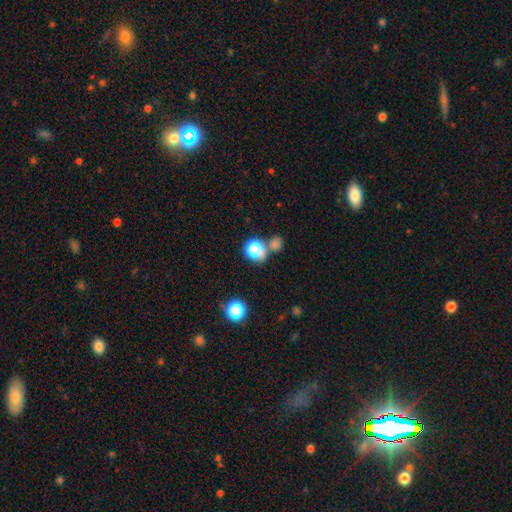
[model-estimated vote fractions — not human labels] Smooth or featured?
  - smooth: 56% *
  - star or artifact: 35%
  - featured or disk: 9%
How rounded?
  - round: 78% *
  - in between: 20%
  - cigar-shaped: 2%
Merging?
  - none: 65% *
  - merger: 20%
  - minor disturbance: 9%
  - major disturbance: 5%